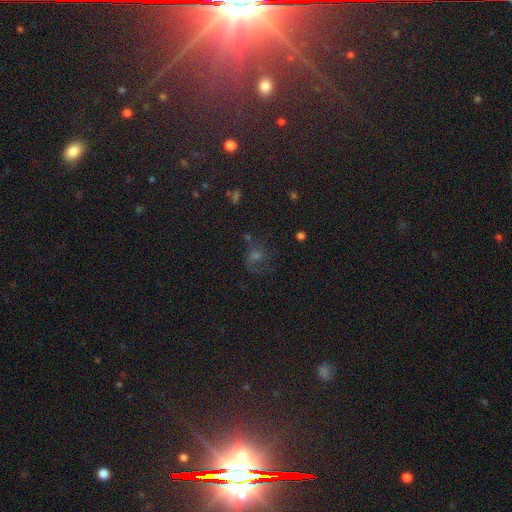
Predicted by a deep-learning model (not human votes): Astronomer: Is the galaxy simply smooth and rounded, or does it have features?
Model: star or artifact — 42% (runner-up: featured or disk, 32%).